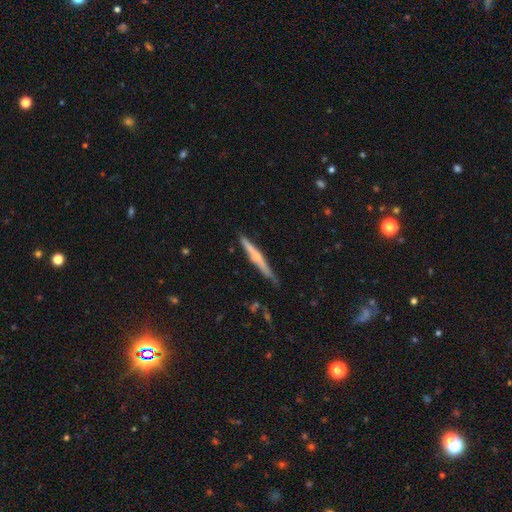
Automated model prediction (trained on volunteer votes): smooth_or_featured: featured or disk (p=0.55) [alt: smooth p=0.39]
disk_edge_on: yes (p=0.97) [alt: no p=0.03]
edge_on_bulge: rounded (p=0.54) [alt: none p=0.37]
merging: none (p=0.78) [alt: minor disturbance p=0.17]